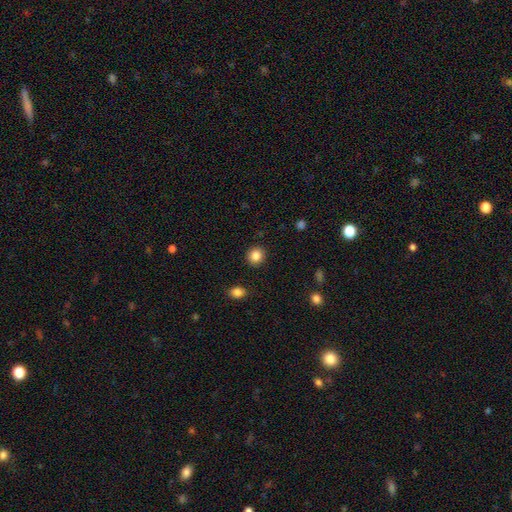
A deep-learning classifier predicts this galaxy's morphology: Overall: smooth (85%). How rounded: round (89%). Merging: none (91%).